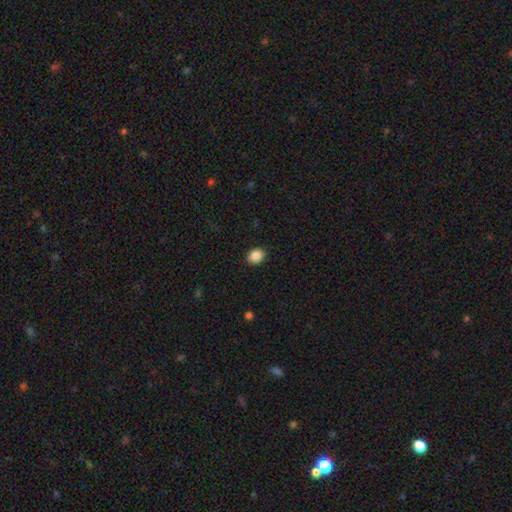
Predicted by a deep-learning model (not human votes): Smooth or featured? smooth (88%)
How rounded? in between (50%)
Merging? none (91%)